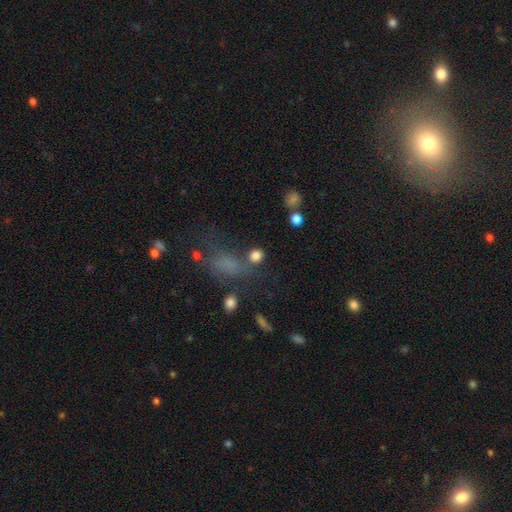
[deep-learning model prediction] Overall: smooth (82%). How rounded: round (81%). Merging: none (67%).